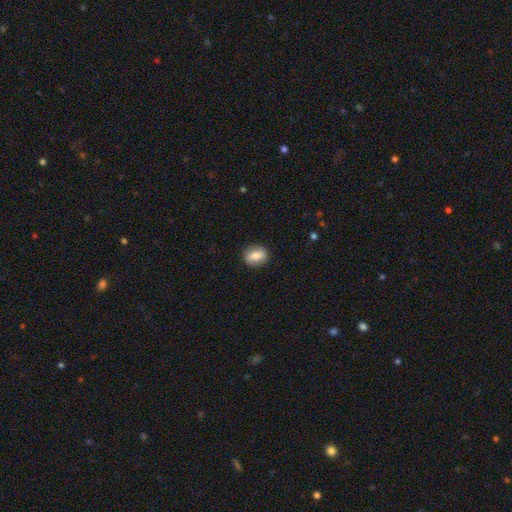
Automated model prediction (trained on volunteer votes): smooth 76%, featured or disk 16%, star or artifact 8%. Down the decision tree: how rounded — in between (57%); merging — none (87%).